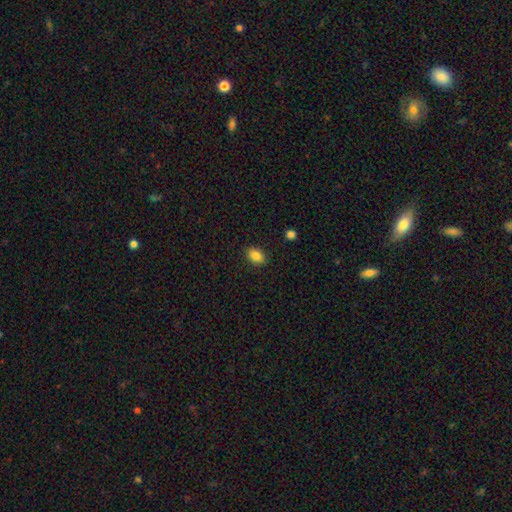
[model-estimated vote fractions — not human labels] smooth 86%, star or artifact 9%, featured or disk 5%. Down the decision tree: how rounded — in between (78%); merging — none (88%).